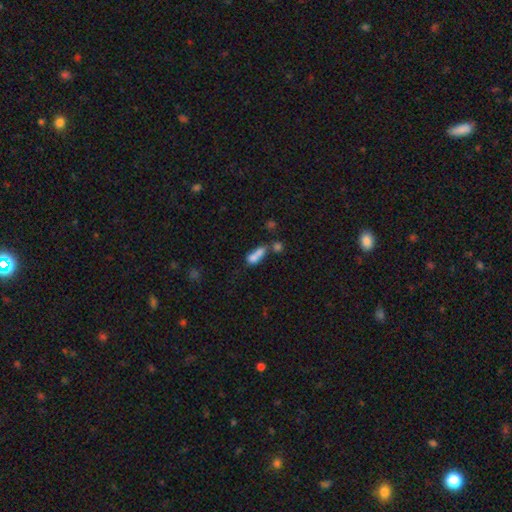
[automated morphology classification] Smooth or featured?
  - smooth: 69% *
  - featured or disk: 19%
  - star or artifact: 12%
How rounded?
  - in between: 63% *
  - cigar-shaped: 20%
  - round: 17%
Merging?
  - merger: 62% *
  - none: 20%
  - minor disturbance: 9%
  - major disturbance: 8%